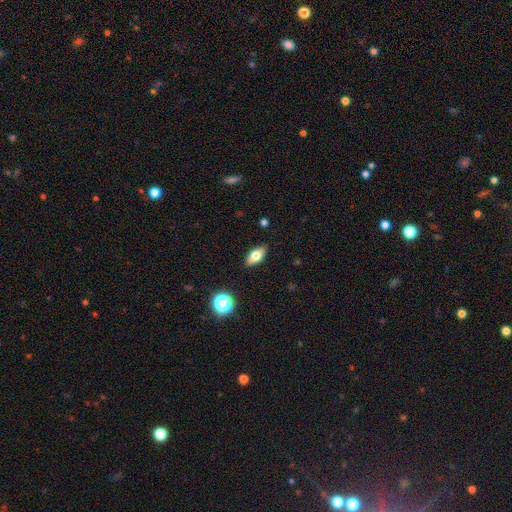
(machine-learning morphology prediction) smooth_or_featured: smooth (p=0.66) [alt: featured or disk p=0.25]
how_rounded: in between (p=0.83) [alt: cigar-shaped p=0.11]
merging: none (p=0.87) [alt: minor disturbance p=0.10]